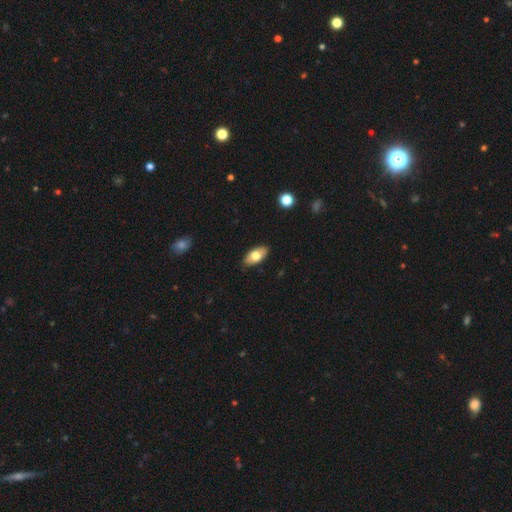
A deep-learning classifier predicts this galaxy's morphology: smooth 74%, featured or disk 20%, star or artifact 6%. Down the decision tree: how rounded — in between (92%); merging — none (88%).